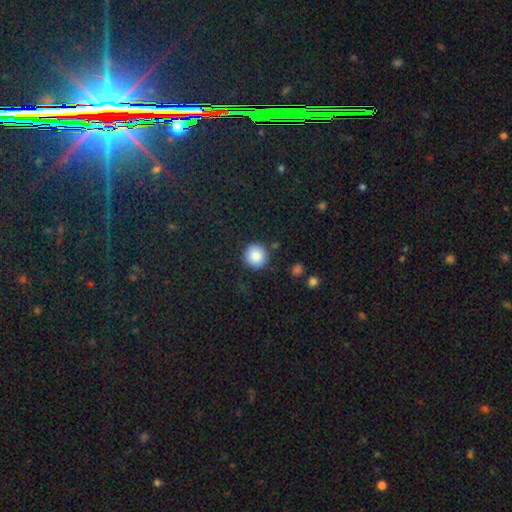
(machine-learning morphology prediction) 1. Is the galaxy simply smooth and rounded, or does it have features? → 87% smooth, 9% star or artifact, 4% featured or disk.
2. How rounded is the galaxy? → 94% round, 5% in between, 1% cigar-shaped.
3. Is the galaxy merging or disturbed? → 88% none, 7% minor disturbance, 3% major disturbance, 2% merger.